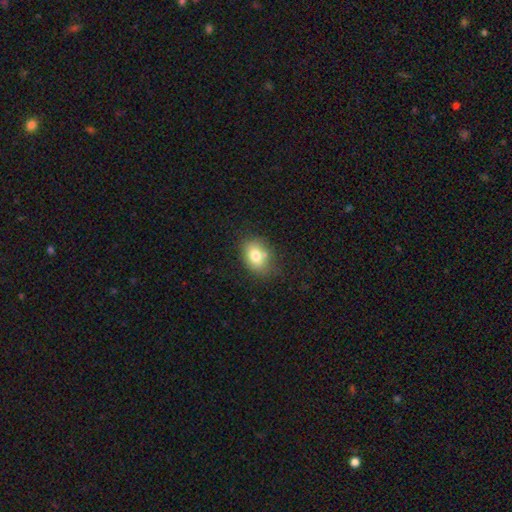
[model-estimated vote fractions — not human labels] Morphology: type=smooth (77%); roundness=in between (70%); merging=none (66%).